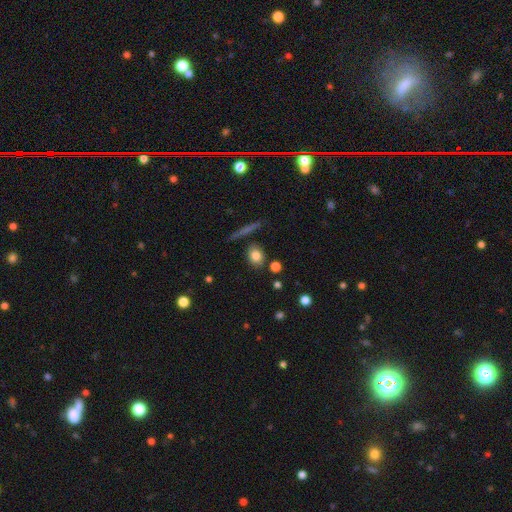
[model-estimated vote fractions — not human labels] A smooth galaxy with no disk features (82%) that is round (51%). Merging: none (79%).